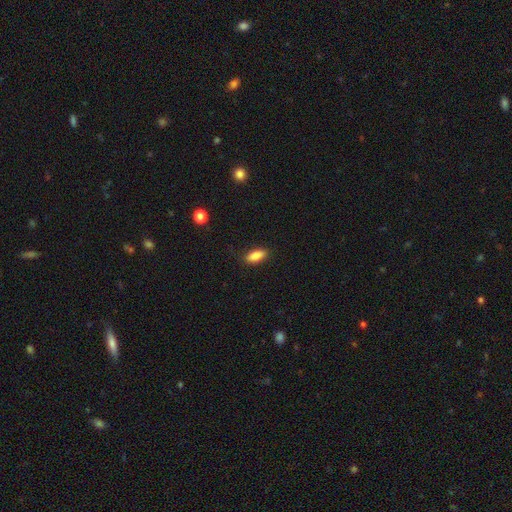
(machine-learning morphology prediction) This appears to be a smooth galaxy with no disk features (87%) that is in between round and cigar-shaped (85%). Merging: none (86%).